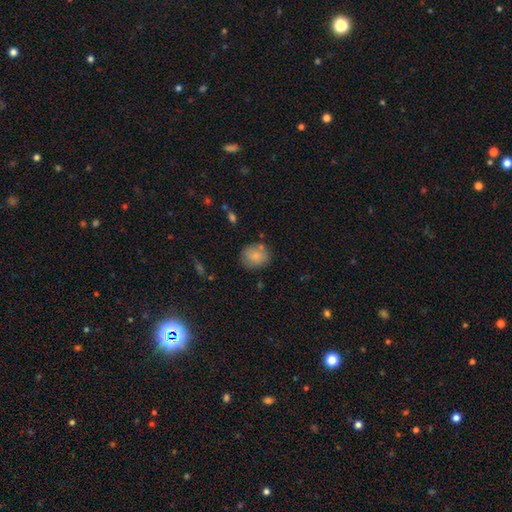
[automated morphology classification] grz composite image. It shows a smooth galaxy with no disk features (82%) that is round (66%). Merging: none (75%).